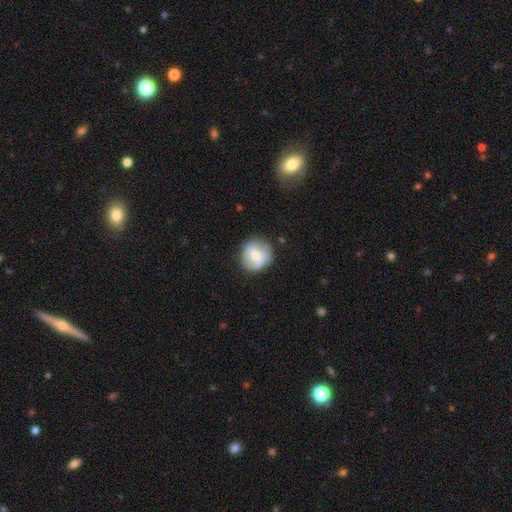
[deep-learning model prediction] A smooth galaxy with no disk features (59%) that is round (91%).

Vote fractions:
- Smooth or featured? smooth: 59% / featured or disk: 34% / star or artifact: 7%
- How rounded? round: 91% / in between: 8% / cigar-shaped: 1%
- Merging? none: 78% / minor disturbance: 16% / major disturbance: 5% / merger: 2%